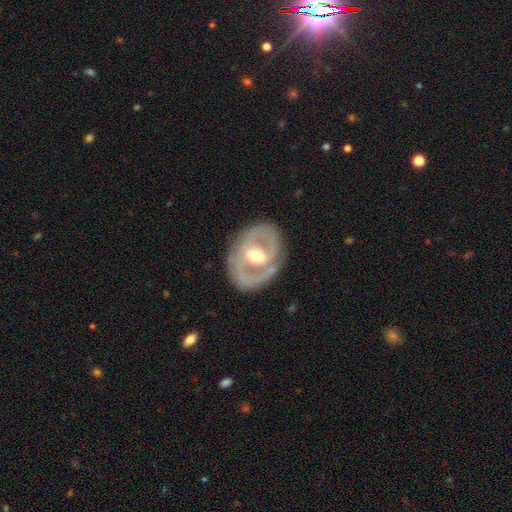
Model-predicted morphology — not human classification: Smooth or featured? featured or disk (81%)
Edge-on disk? no (96%)
Bar? weak (41%)
Spiral arms? yes (73%)
Spiral winding? medium (45%)
Spiral arm count? 2 (80%)
Bulge size? moderate (71%)
Merging? none (78%)